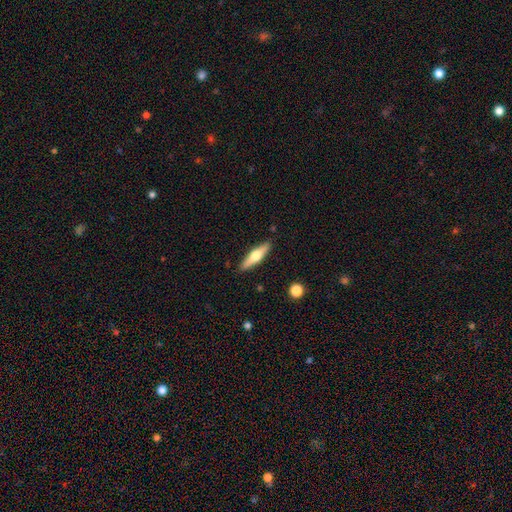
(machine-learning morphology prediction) Smooth or featured?
  - featured or disk: 51% *
  - smooth: 44%
  - star or artifact: 5%
Edge-on disk?
  - yes: 93% *
  - no: 7%
Merging?
  - none: 89% *
  - minor disturbance: 8%
  - major disturbance: 2%
  - merger: 1%